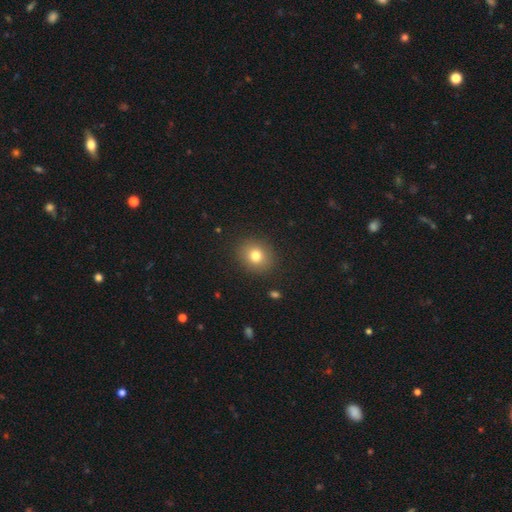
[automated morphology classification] Overall: smooth (78%). How rounded: round (74%). Merging: none (89%).